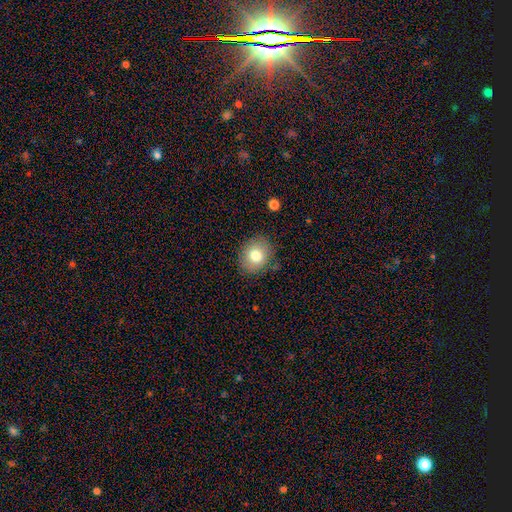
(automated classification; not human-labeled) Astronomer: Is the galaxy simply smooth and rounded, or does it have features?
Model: smooth — 77%.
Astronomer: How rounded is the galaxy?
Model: round — 65%.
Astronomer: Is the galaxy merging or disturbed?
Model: none — 83%.